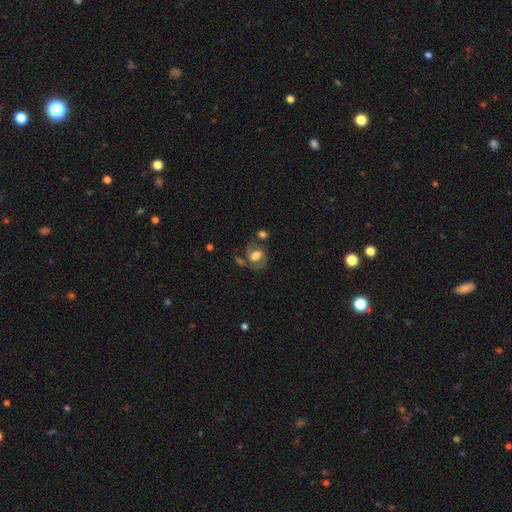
A smooth galaxy with no disk features (51%) that is in between round and cigar-shaped (95%). Merging: none (42%).